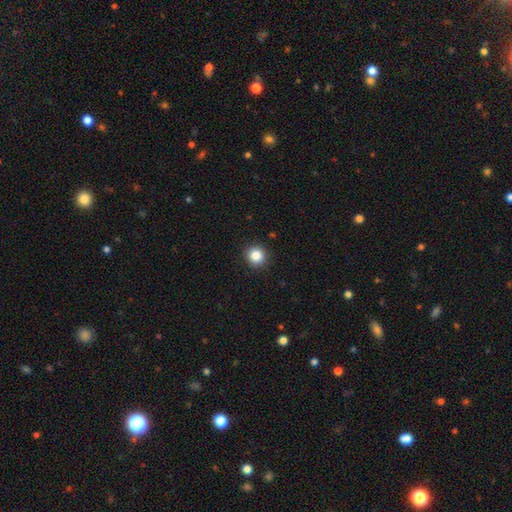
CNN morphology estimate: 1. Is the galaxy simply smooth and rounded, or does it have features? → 85% smooth, 11% star or artifact, 4% featured or disk.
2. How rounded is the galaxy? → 92% round, 7% in between, 1% cigar-shaped.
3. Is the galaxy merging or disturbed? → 92% none, 6% minor disturbance, 2% major disturbance, 1% merger.